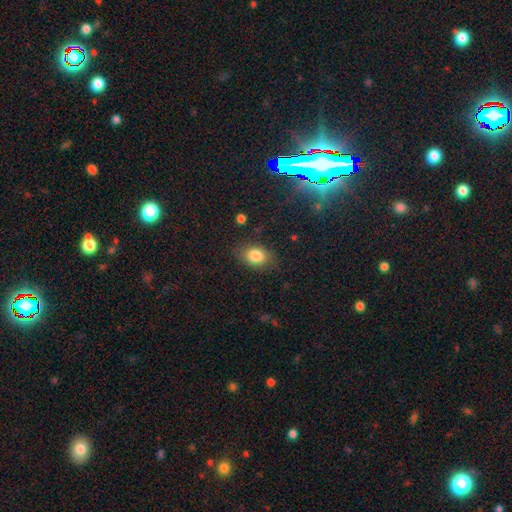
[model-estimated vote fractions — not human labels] Smooth or featured?
  - smooth: 83% *
  - star or artifact: 9%
  - featured or disk: 8%
How rounded?
  - in between: 74% *
  - round: 25%
  - cigar-shaped: 1%
Merging?
  - none: 78% *
  - minor disturbance: 16%
  - major disturbance: 5%
  - merger: 1%